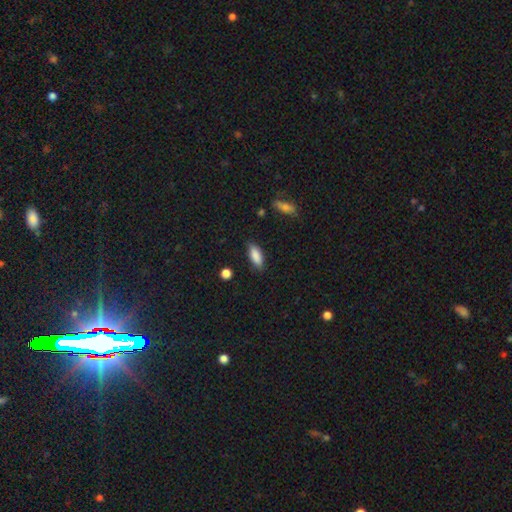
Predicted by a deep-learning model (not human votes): Smooth or featured? smooth (86%)
How rounded? in between (76%)
Merging? none (82%)